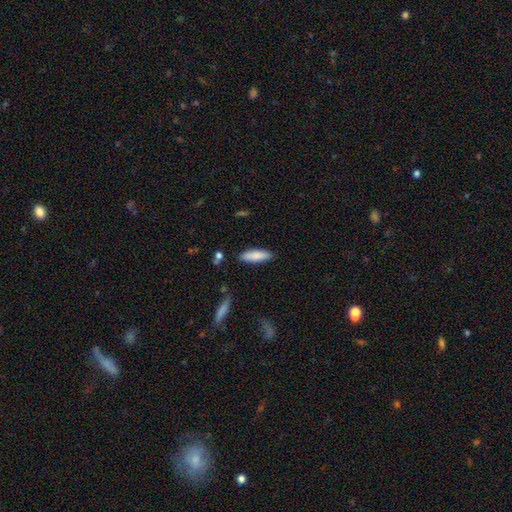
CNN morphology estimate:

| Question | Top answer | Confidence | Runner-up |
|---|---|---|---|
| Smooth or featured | smooth | 84% | featured or disk (10%) |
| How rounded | in between | 50% | cigar-shaped (48%) |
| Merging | none | 86% | minor disturbance (10%) |